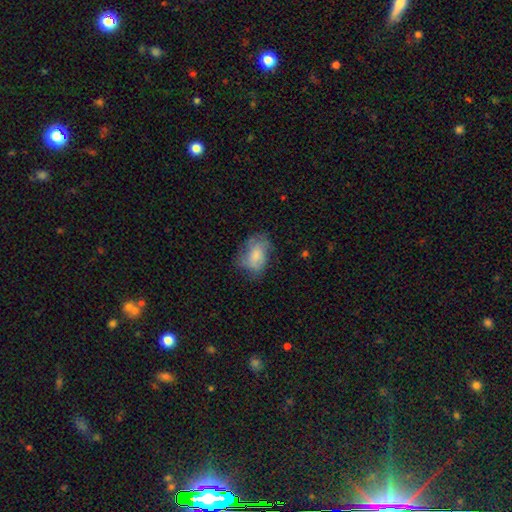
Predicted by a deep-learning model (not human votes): This appears to be a smooth galaxy with no disk features (62%) that is in between round and cigar-shaped (81%). Merging: none (53%).